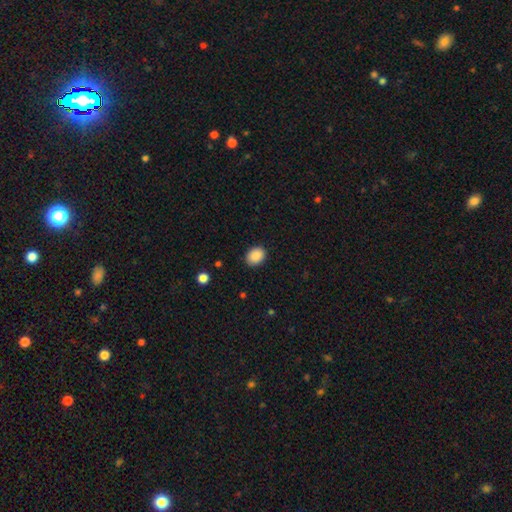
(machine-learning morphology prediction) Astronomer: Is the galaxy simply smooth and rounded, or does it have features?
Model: smooth — 89%.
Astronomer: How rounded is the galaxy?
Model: in between — 59% (runner-up: round, 40%).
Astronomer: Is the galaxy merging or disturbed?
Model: none — 89%.